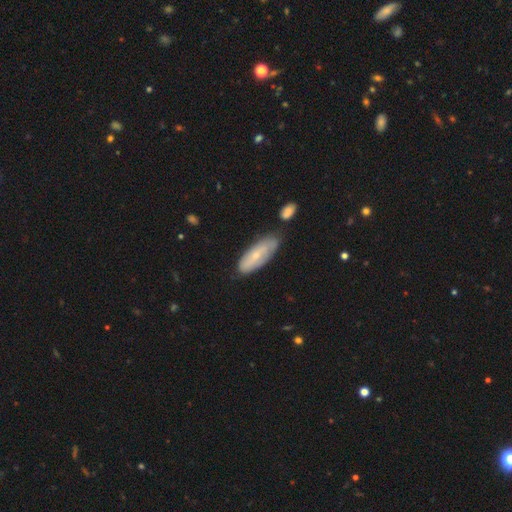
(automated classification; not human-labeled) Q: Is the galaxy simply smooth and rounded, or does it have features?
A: smooth — 53%.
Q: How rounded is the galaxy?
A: in between — 68%.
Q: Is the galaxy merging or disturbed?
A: none — 65%.